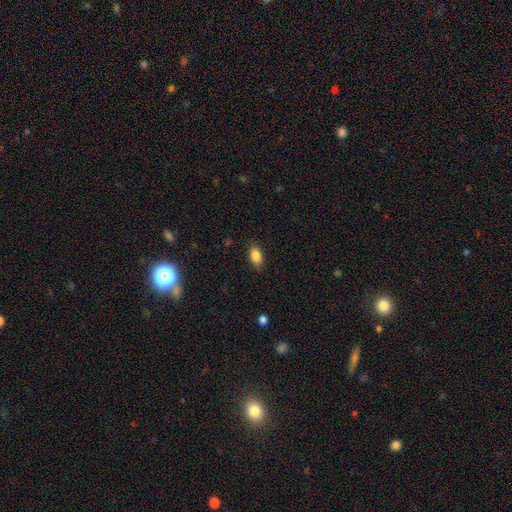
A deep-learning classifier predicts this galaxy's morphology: smooth_or_featured: smooth (p=0.87) [alt: star or artifact p=0.08]
how_rounded: in between (p=0.90) [alt: round p=0.06]
merging: none (p=0.86) [alt: minor disturbance p=0.10]